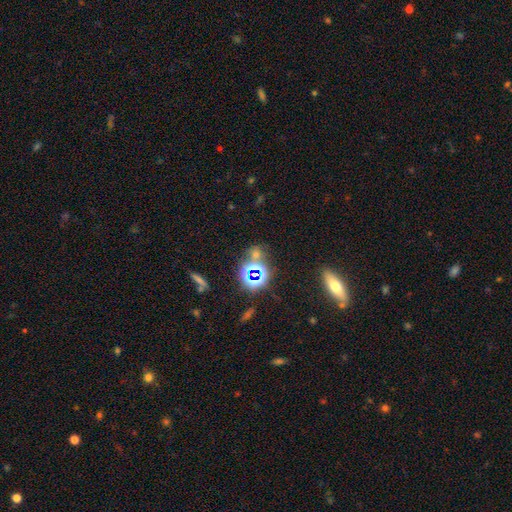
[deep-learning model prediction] star or artifact 66%, smooth 24%, featured or disk 10%.